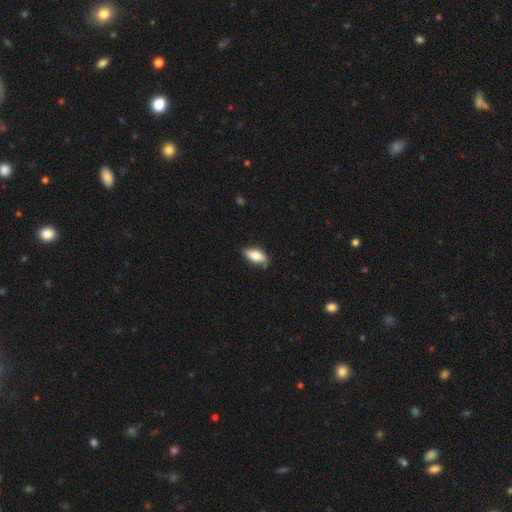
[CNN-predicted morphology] smooth 73%, featured or disk 20%, star or artifact 7%. Down the decision tree: how rounded — in between (83%); merging — none (69%).